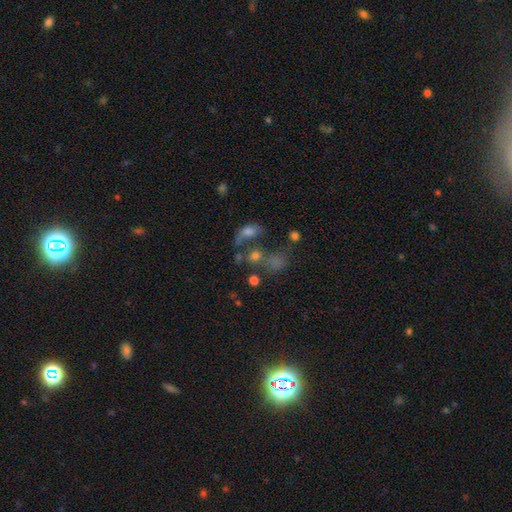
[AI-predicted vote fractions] smooth 42%, star or artifact 35%, featured or disk 23%. Down the decision tree: merging — merger (37%).